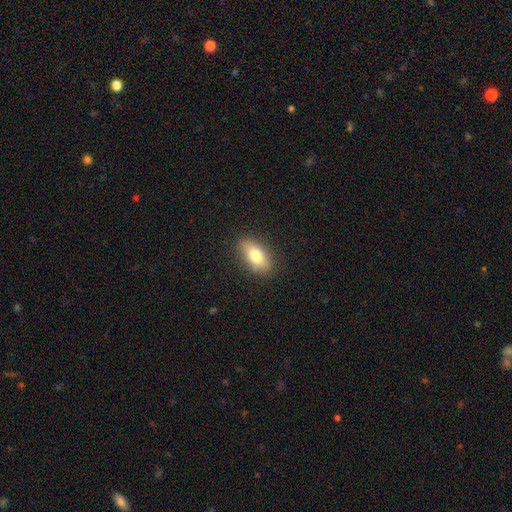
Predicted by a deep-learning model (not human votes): Smooth or featured?
  - smooth: 76% *
  - featured or disk: 16%
  - star or artifact: 8%
How rounded?
  - in between: 84% *
  - cigar-shaped: 10%
  - round: 6%
Merging?
  - none: 85% *
  - minor disturbance: 11%
  - major disturbance: 3%
  - merger: 1%